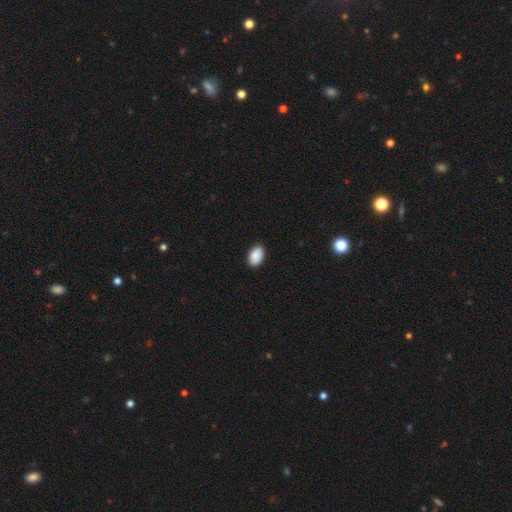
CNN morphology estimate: Smooth or featured: smooth — 88% (star or artifact — 7%)
How rounded: in between — 91% (round — 7%)
Merging: none — 89% (minor disturbance — 9%)